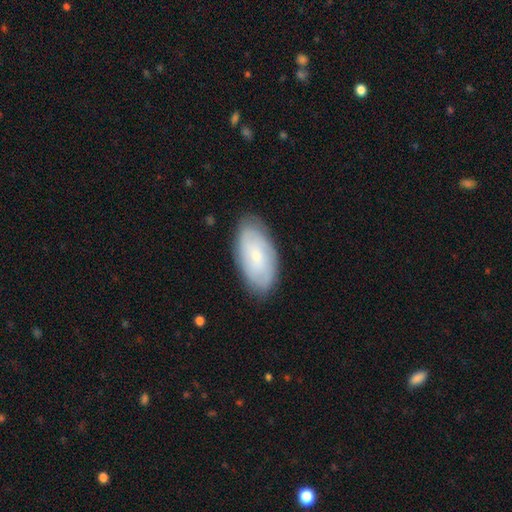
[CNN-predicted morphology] A smooth galaxy with no disk features (54%) that is in between round and cigar-shaped (94%).

Vote fractions:
- Smooth or featured? smooth: 54% / featured or disk: 39% / star or artifact: 7%
- How rounded? in between: 94% / cigar-shaped: 3% / round: 3%
- Merging? none: 82% / minor disturbance: 14% / major disturbance: 3% / merger: 1%